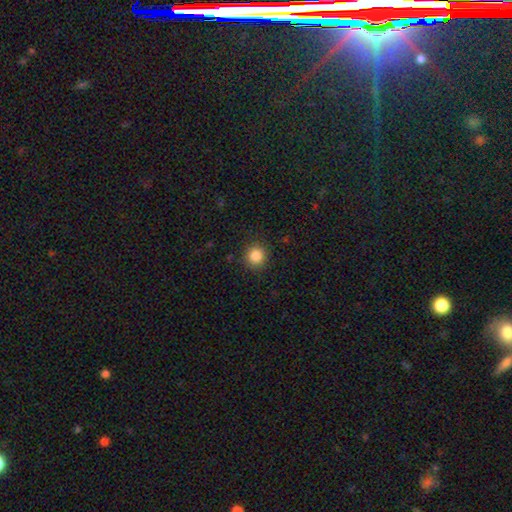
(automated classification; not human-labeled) Q: Smooth or featured?
A: smooth (85%); runner-up: star or artifact (11%)
Q: How rounded?
A: round (91%); runner-up: in between (8%)
Q: Merging?
A: none (90%); runner-up: minor disturbance (7%)